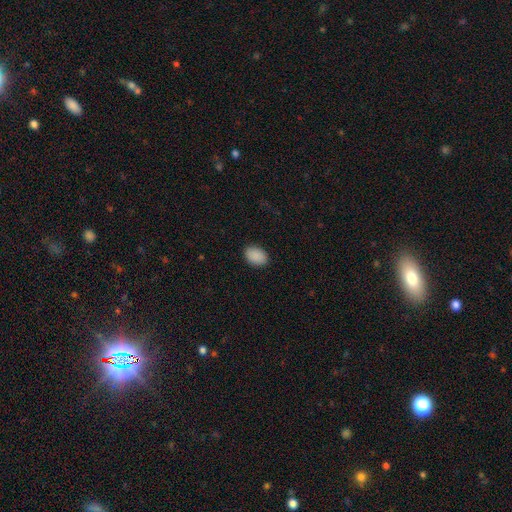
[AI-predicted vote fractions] Morphology: type=smooth (90%); roundness=in between (84%); merging=none (88%).